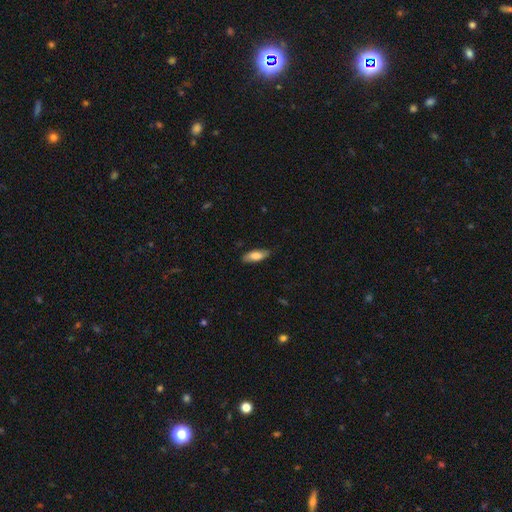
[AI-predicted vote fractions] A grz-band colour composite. It shows a smooth galaxy with no disk features (75%) that is in between round and cigar-shaped (67%). Merging: none (80%).